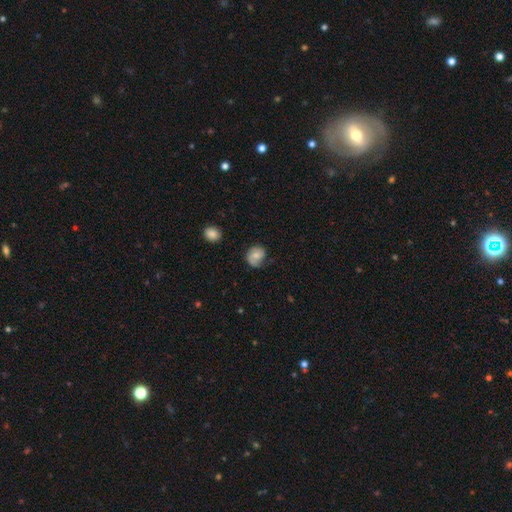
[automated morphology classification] Smooth or featured?
  - smooth: 58% *
  - featured or disk: 34%
  - star or artifact: 8%
How rounded?
  - round: 65% *
  - in between: 34%
  - cigar-shaped: 1%
Merging?
  - none: 63% *
  - minor disturbance: 26%
  - major disturbance: 9%
  - merger: 2%